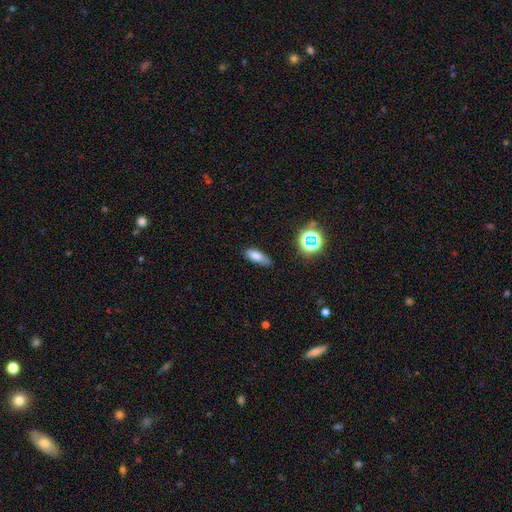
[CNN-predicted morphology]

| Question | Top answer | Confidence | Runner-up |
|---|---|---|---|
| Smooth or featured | smooth | 77% | star or artifact (13%) |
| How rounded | in between | 67% | cigar-shaped (29%) |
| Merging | none | 69% | minor disturbance (24%) |